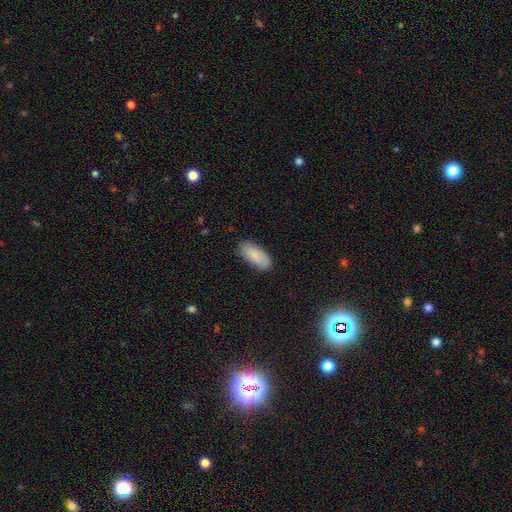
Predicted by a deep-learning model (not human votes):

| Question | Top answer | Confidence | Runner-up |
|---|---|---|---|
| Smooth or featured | smooth | 85% | featured or disk (9%) |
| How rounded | in between | 90% | cigar-shaped (8%) |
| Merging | none | 82% | minor disturbance (14%) |